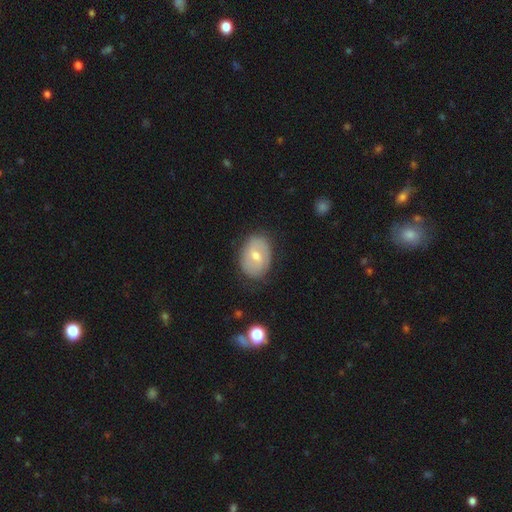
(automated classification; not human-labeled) Smooth or featured?
  - featured or disk: 49% *
  - smooth: 43%
  - star or artifact: 8%
Merging?
  - none: 78% *
  - minor disturbance: 16%
  - major disturbance: 4%
  - merger: 1%